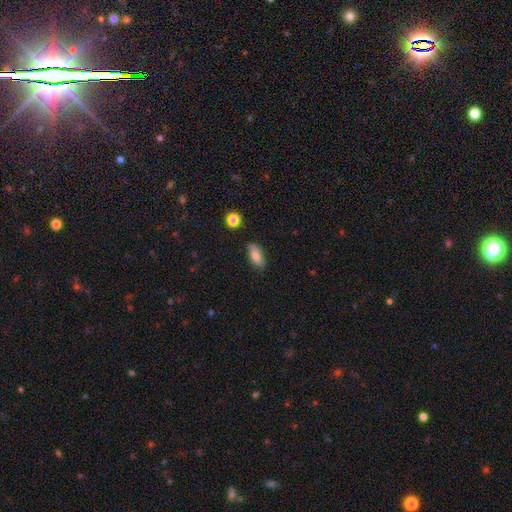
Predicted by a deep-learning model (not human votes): smooth-or-featured: smooth: 78% | featured or disk: 13% | star or artifact: 8%
  how-rounded: in between: 84% | cigar-shaped: 12% | round: 4%
  merging: none: 77% | minor disturbance: 17% | major disturbance: 3% | merger: 2%